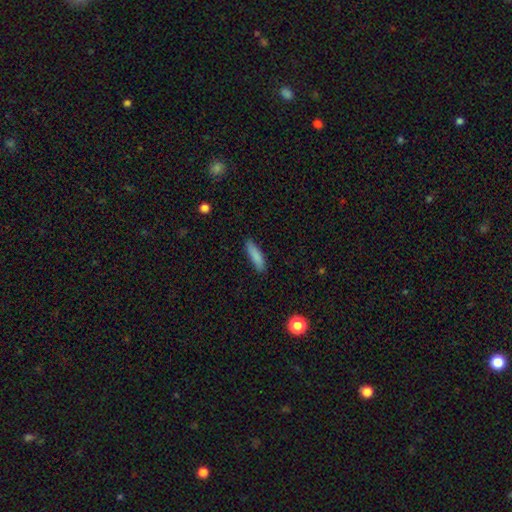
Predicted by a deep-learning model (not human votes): Morphology: type=smooth (86%); roundness=cigar-shaped (71%); merging=none (85%).